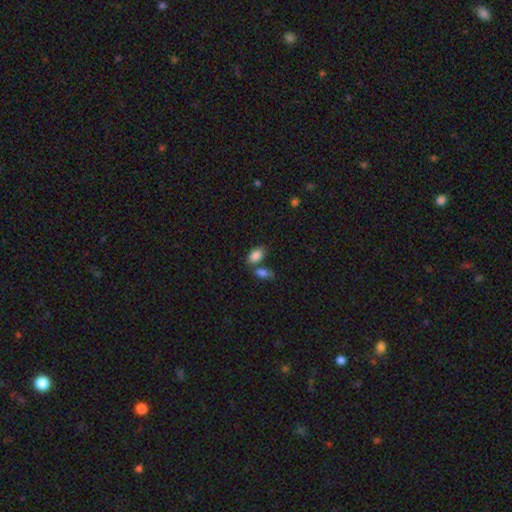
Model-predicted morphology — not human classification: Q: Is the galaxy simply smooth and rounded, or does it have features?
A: smooth — 86%.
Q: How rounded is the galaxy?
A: in between — 92%.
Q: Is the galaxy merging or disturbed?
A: none — 53%.